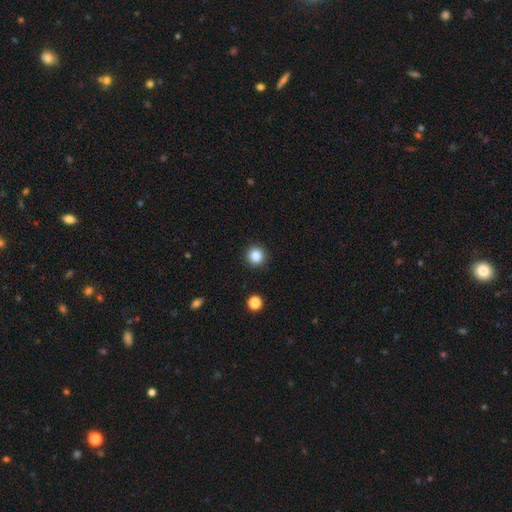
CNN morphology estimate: A smooth galaxy with no disk features (85%) that is round (95%).

Vote fractions:
- Smooth or featured? smooth: 85% / star or artifact: 11% / featured or disk: 4%
- How rounded? round: 95% / in between: 4% / cigar-shaped: 1%
- Merging? none: 92% / minor disturbance: 5% / major disturbance: 2% / merger: 1%